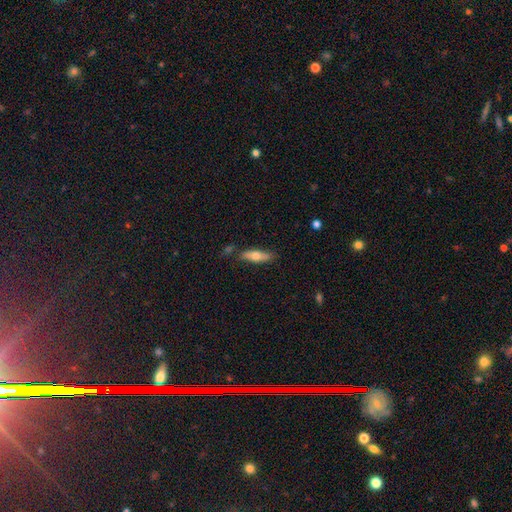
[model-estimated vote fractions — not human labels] This is likely a smooth galaxy (62%). How rounded: possibly cigar-shaped (58%). Merging: likely none (76%).